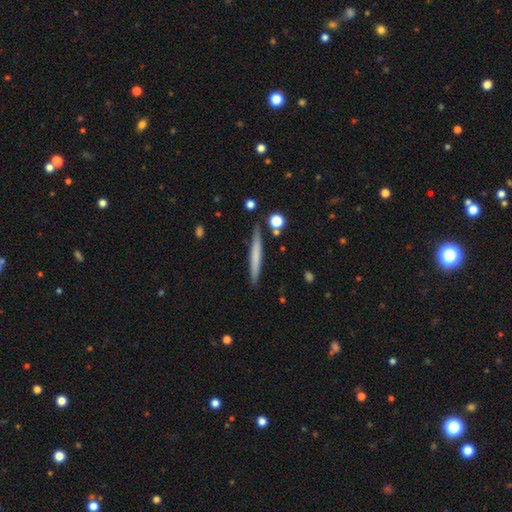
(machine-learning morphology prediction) smooth_or_featured: smooth (p=0.61) [alt: featured or disk p=0.33]
how_rounded: cigar-shaped (p=0.96) [alt: in between p=0.03]
merging: none (p=0.87) [alt: minor disturbance p=0.09]